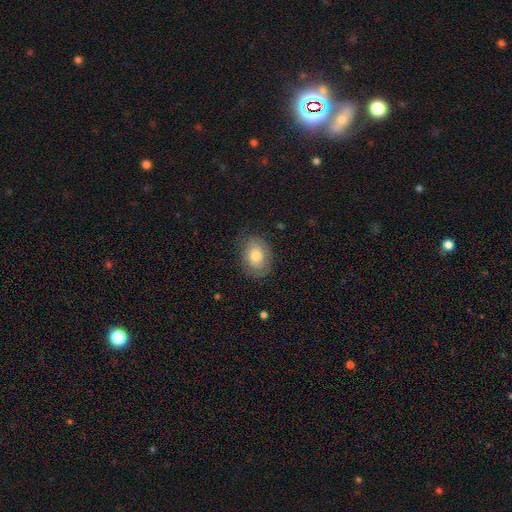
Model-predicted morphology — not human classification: Smooth or featured? Predicted: smooth (p=0.69). How rounded? Predicted: in between (p=0.61). Merging? Predicted: none (p=0.76).